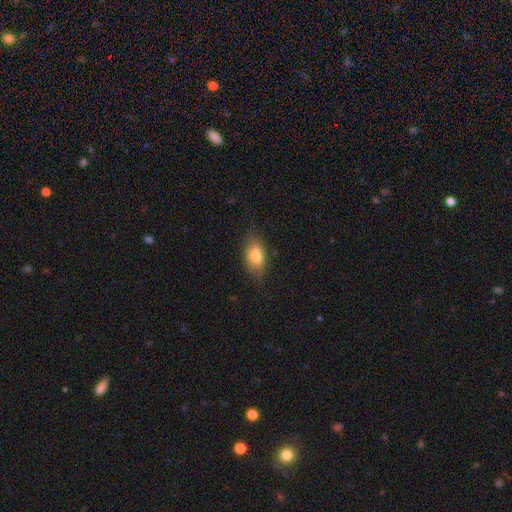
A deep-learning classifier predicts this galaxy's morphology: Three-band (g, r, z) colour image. It shows a smooth galaxy with no disk features (68%) that is in between round and cigar-shaped (84%). Merging: none (74%).